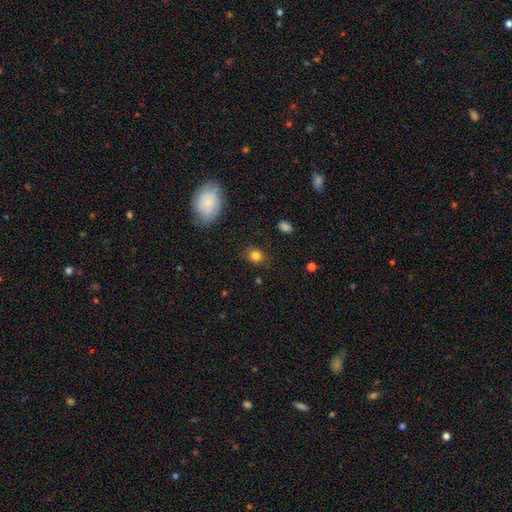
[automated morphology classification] A smooth galaxy with no disk features (82%) that is round (65%). Merging: none (84%).